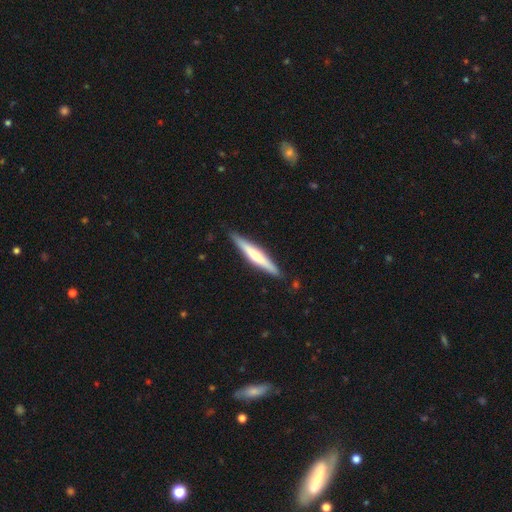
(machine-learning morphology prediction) The model was most divided on "smooth or featured": featured or disk: 57%, smooth: 39%, star or artifact: 5%. More confident: edge-on disk — yes (96%); merging — none (89%); edge-on bulge — rounded (79%).